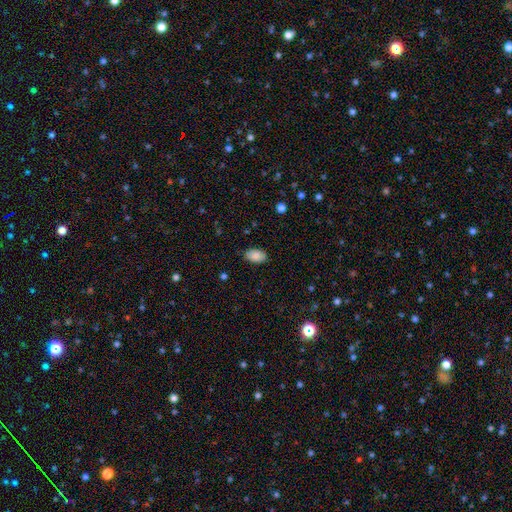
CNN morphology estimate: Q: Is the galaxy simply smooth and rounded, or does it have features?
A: smooth — 88%.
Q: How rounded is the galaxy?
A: in between — 92%.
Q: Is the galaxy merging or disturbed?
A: none — 85%.